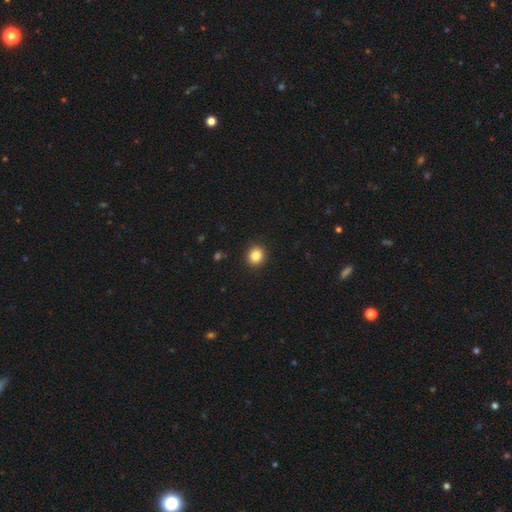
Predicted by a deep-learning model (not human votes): Overall: smooth (84%). How rounded: round (86%). Merging: none (92%).